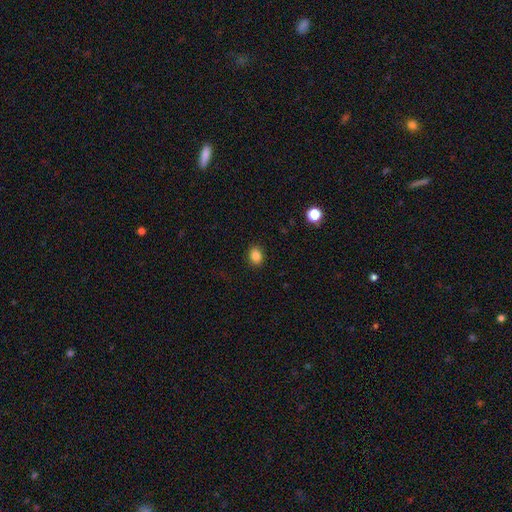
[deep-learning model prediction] smooth-or-featured: smooth: 86% | star or artifact: 10% | featured or disk: 4%
  how-rounded: in between: 58% | round: 41% | cigar-shaped: 1%
  merging: none: 89% | minor disturbance: 7% | major disturbance: 2% | merger: 1%